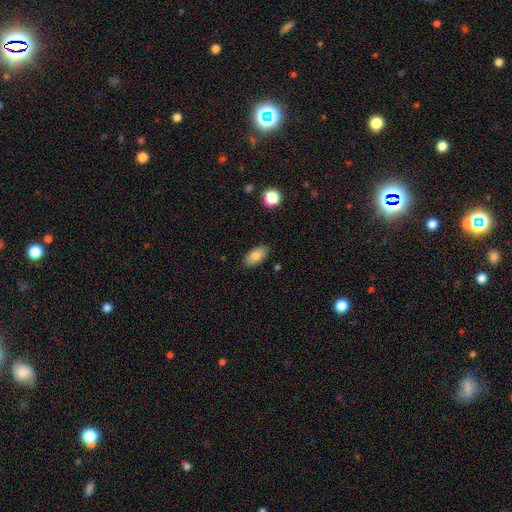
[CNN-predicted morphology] A smooth galaxy with no disk features (82%) that is in between round and cigar-shaped (92%). Merging: none (87%).